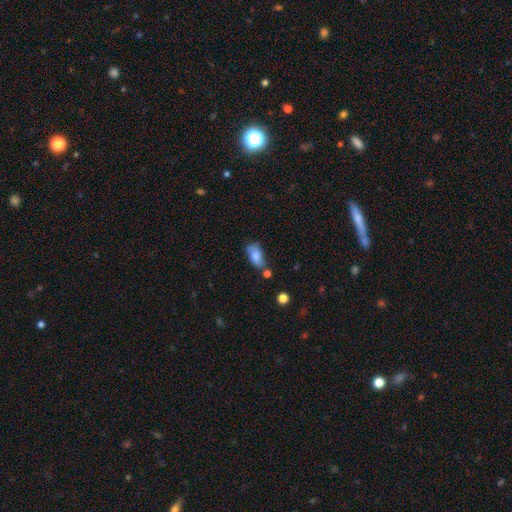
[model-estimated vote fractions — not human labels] This is likely a smooth galaxy (76%). How rounded: clearly in between (88%). Merging: possibly none (53%).